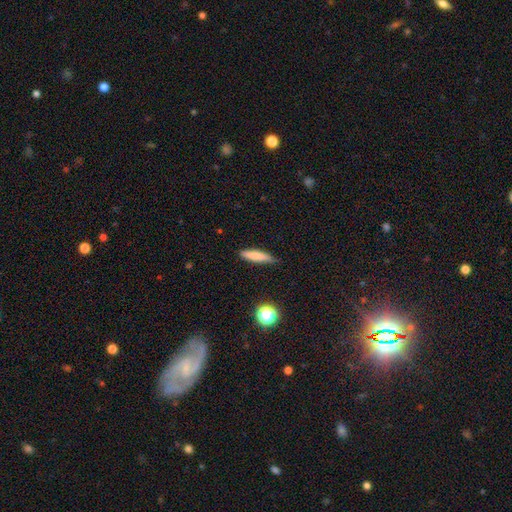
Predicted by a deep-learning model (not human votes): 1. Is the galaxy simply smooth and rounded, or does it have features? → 76% smooth, 15% featured or disk, 8% star or artifact.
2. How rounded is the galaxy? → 82% cigar-shaped, 16% in between, 2% round.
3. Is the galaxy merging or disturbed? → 81% none, 15% minor disturbance, 3% major disturbance, 2% merger.